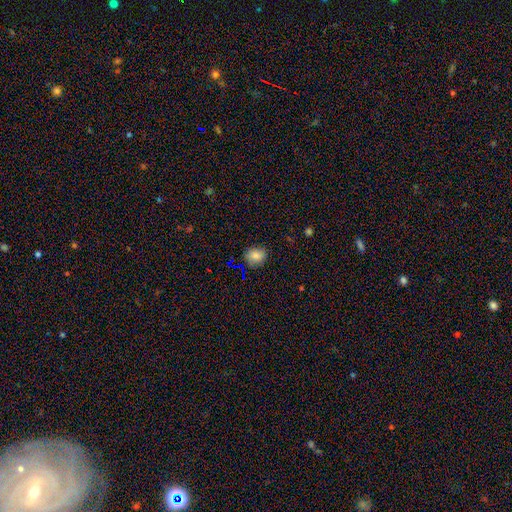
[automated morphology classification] smooth-or-featured: smooth: 81% | star or artifact: 13% | featured or disk: 6%
  how-rounded: round: 51% | in between: 47% | cigar-shaped: 1%
  merging: none: 83% | minor disturbance: 13% | major disturbance: 3% | merger: 2%